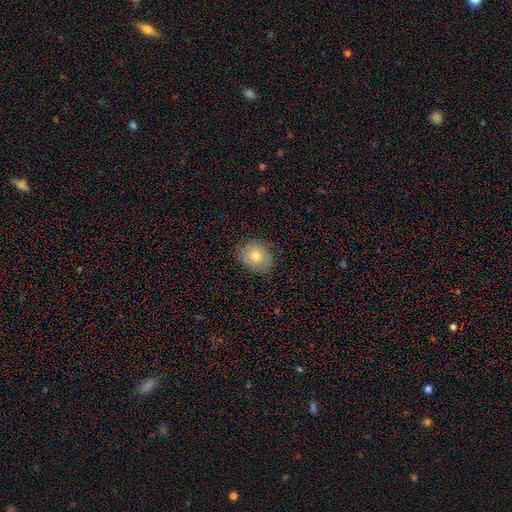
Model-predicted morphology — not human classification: A smooth galaxy with no disk features (69%) that is round (65%). Merging: none (79%).